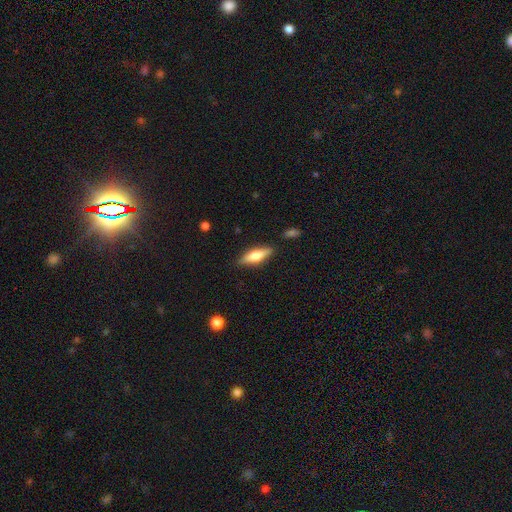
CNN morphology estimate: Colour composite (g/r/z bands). It shows a smooth galaxy with no disk features (55%) that is cigar-shaped (52%). Merging: none (86%).